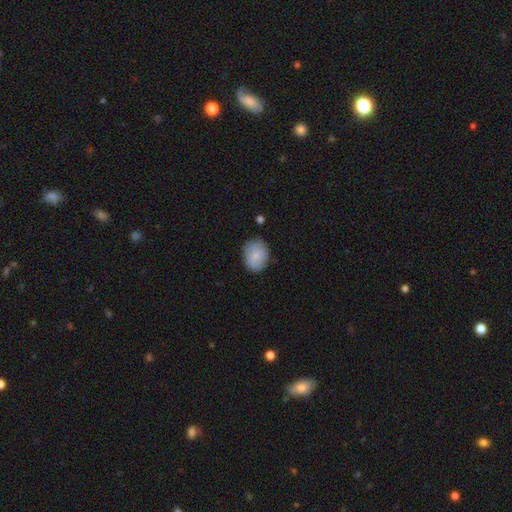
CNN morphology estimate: Smooth or featured? Predicted: smooth (p=0.79). How rounded? Predicted: in between (p=0.52). Merging? Predicted: none (p=0.76).